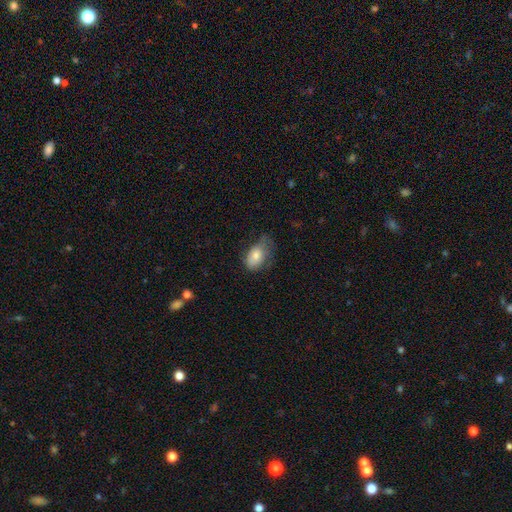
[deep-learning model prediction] Overall: smooth (75%). How rounded: in between (88%). Merging: none (39%; minor disturbance 38%).